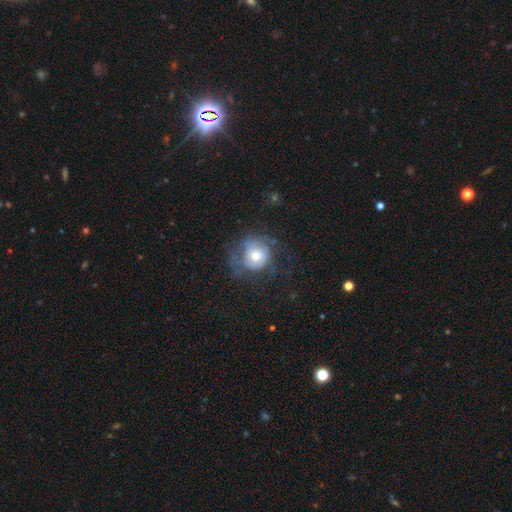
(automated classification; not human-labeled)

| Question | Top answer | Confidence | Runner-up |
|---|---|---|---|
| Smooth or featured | featured or disk | 46% | smooth (45%) |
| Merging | none | 52% | major disturbance (25%) |